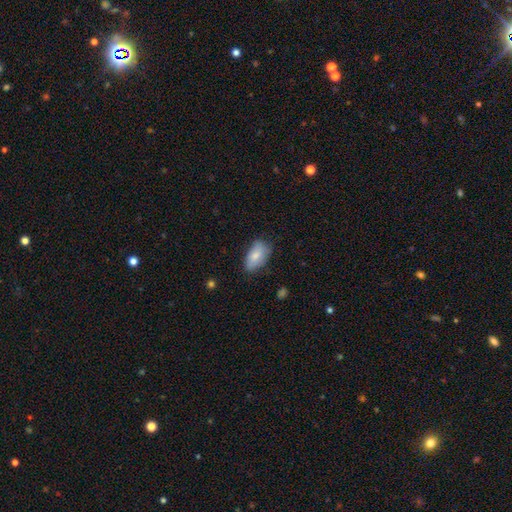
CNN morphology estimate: This appears to be a smooth galaxy with no disk features (79%) that is in between round and cigar-shaped (93%). Merging: none (68%).